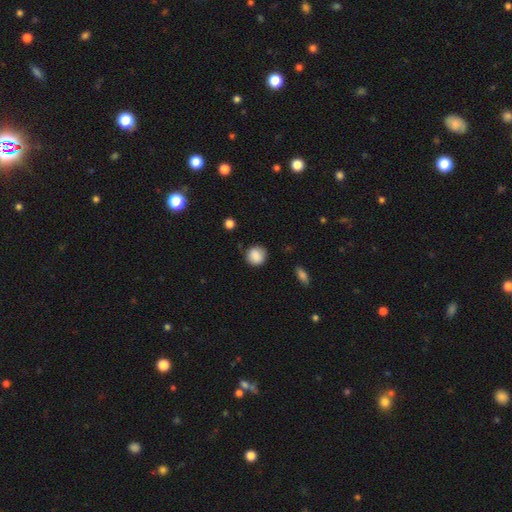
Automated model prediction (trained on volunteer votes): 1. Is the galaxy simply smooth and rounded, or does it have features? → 87% smooth, 8% star or artifact, 5% featured or disk.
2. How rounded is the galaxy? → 88% round, 11% in between, 1% cigar-shaped.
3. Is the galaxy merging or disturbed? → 81% none, 14% minor disturbance, 3% major disturbance, 2% merger.